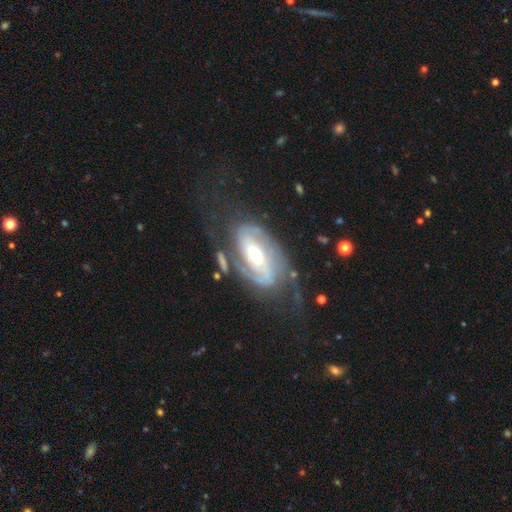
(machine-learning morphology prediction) smooth_or_featured: featured or disk (p=0.87) [alt: smooth p=0.08]
disk_edge_on: no (p=0.96) [alt: yes p=0.04]
bar: no (p=0.39) [alt: weak p=0.37]
has_spiral_arms: yes (p=0.95) [alt: no p=0.05]
spiral_winding: tight (p=0.52) [alt: medium p=0.37]
spiral_arm_count: 2 (p=0.72) [alt: can't tell p=0.12]
bulge_size: moderate (p=0.57) [alt: small p=0.25]
merging: none (p=0.57) [alt: minor disturbance p=0.20]